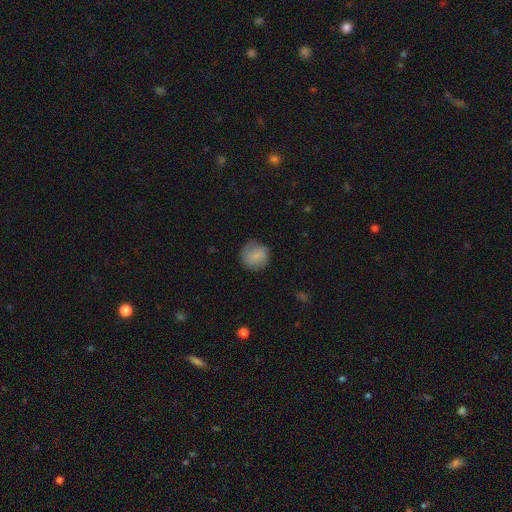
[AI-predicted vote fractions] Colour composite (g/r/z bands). It shows a smooth galaxy with no disk features (80%) that is round (89%). Merging: none (77%).